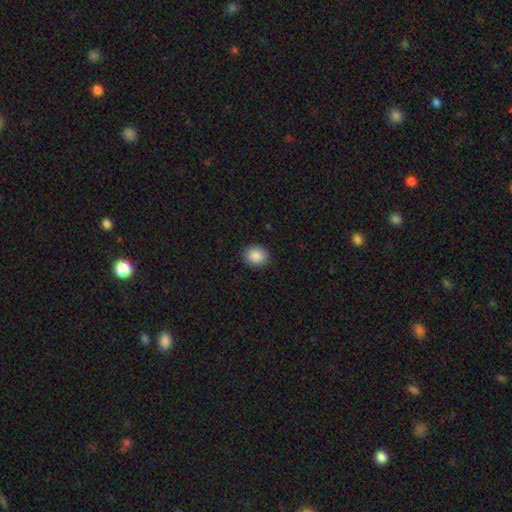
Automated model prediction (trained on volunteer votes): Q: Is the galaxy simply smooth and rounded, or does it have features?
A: smooth — 88%.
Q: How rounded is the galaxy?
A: round — 68%.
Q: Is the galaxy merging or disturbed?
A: none — 90%.